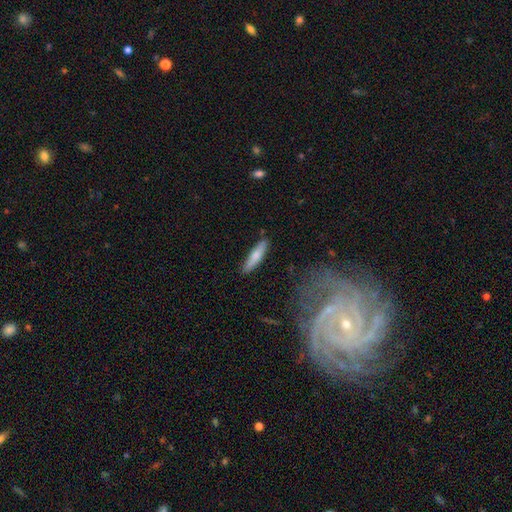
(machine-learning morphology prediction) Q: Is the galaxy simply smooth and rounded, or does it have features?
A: smooth — 74%.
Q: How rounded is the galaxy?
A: cigar-shaped — 81%.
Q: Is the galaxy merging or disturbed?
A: none — 87%.